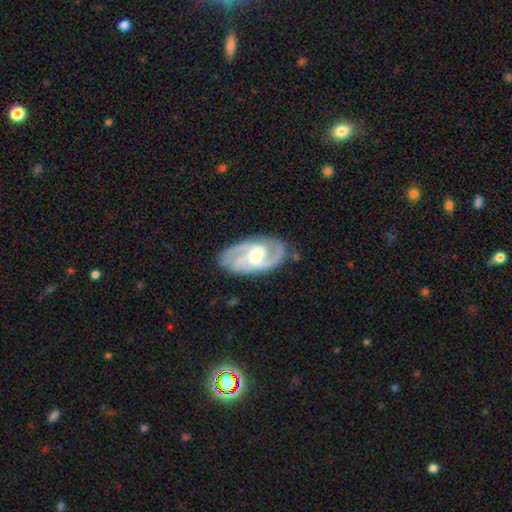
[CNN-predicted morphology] smooth-or-featured: featured or disk: 89% | smooth: 7% | star or artifact: 4%
  disk-edge-on: no: 96% | yes: 4%
    bar: weak: 48% | no: 36% | strong: 15%
    has-spiral-arms: yes: 97% | no: 3%
      spiral-winding: medium: 54% | tight: 31% | loose: 15%
      spiral-arm-count: 2: 58% | 3: 26% | can't tell: 7% | 4: 4% | 1: 3% | more than 4: 3%
    bulge-size: moderate: 62% | small: 30% | large: 6% | none: 2% | dominant: 1%
  merging: none: 81% | minor disturbance: 14% | major disturbance: 4% | merger: 1%